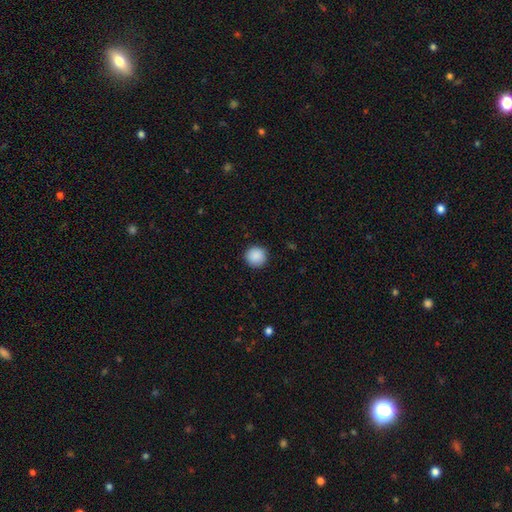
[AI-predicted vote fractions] smooth_or_featured: smooth (p=0.90) [alt: star or artifact p=0.08]
how_rounded: round (p=0.95) [alt: in between p=0.04]
merging: none (p=0.91) [alt: minor disturbance p=0.06]